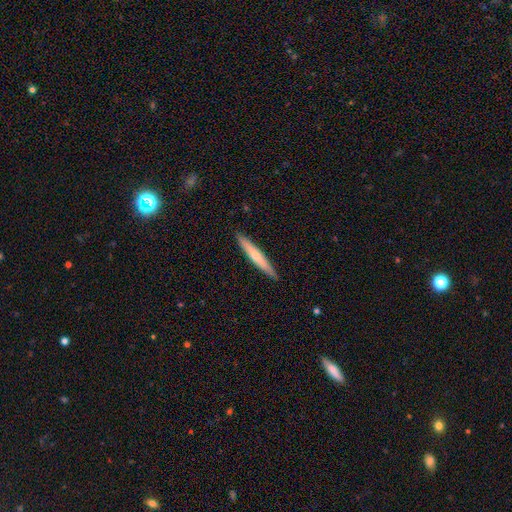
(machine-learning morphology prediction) This appears to be a smooth galaxy with no disk features (56%) that is cigar-shaped (95%). Merging: none (91%).